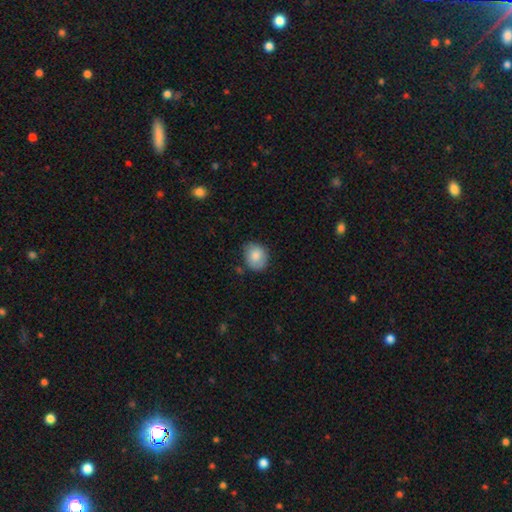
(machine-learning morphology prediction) A smooth galaxy with no disk features (83%) that is round (50%). Merging: none (70%).